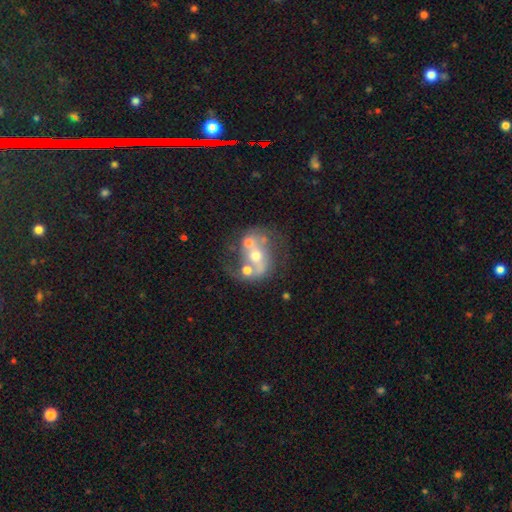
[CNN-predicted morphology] This is likely a featured or disk galaxy (71%). It is clearly not viewed edge-on (97%). Bar: possibly no (54%). Spiral arm pattern: likely yes (66%). Central bulge: likely moderate (63%). Merging: marginally none (38%).